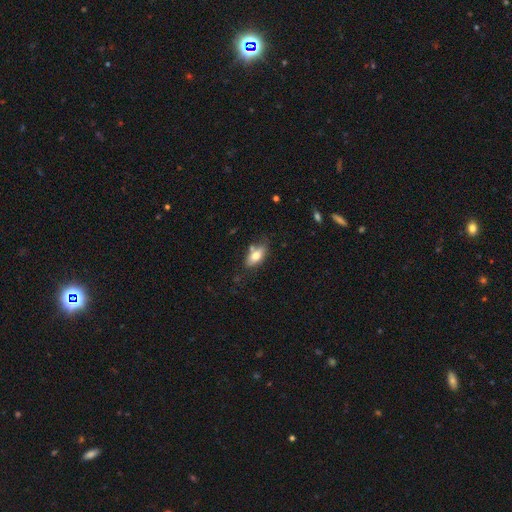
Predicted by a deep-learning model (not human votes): A smooth galaxy with no disk features (72%) that is in between round and cigar-shaped (85%).

Vote fractions:
- Smooth or featured? smooth: 72% / featured or disk: 21% / star or artifact: 7%
- How rounded? in between: 85% / cigar-shaped: 11% / round: 4%
- Merging? none: 65% / minor disturbance: 19% / merger: 11% / major disturbance: 5%